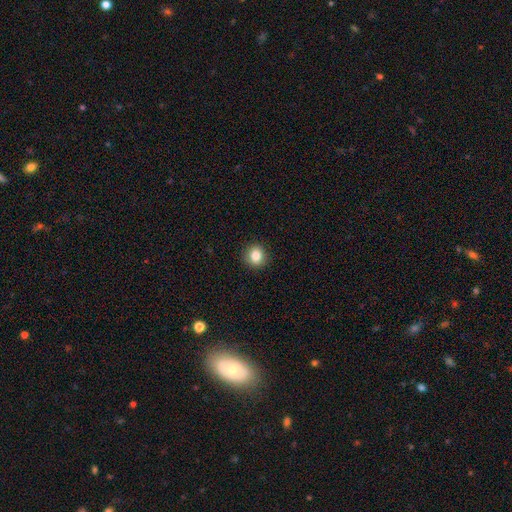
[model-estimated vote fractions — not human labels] Morphology: type=smooth (84%); roundness=round (88%); merging=none (91%).